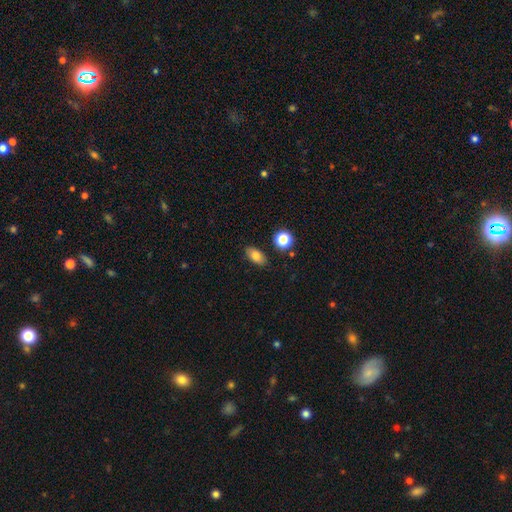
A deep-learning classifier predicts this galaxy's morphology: smooth-or-featured: smooth: 80% | star or artifact: 10% | featured or disk: 10%
  how-rounded: in between: 86% | round: 10% | cigar-shaped: 4%
  merging: none: 85% | minor disturbance: 10% | merger: 3% | major disturbance: 2%